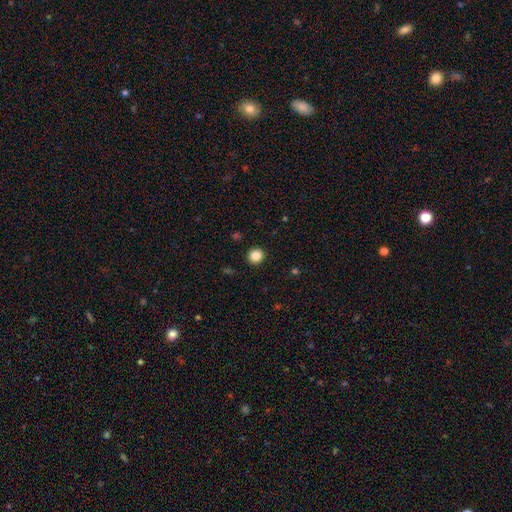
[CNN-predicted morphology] smooth_or_featured: smooth (p=0.85) [alt: star or artifact p=0.11]
how_rounded: round (p=0.90) [alt: in between p=0.09]
merging: none (p=0.92) [alt: minor disturbance p=0.05]